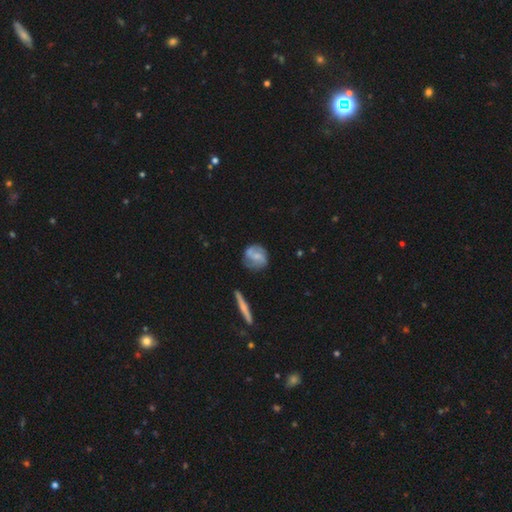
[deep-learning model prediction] smooth-or-featured: featured or disk: 58% | smooth: 35% | star or artifact: 7%
  disk-edge-on: no: 95% | yes: 5%
    bar: no: 48% | weak: 40% | strong: 12%
    has-spiral-arms: yes: 86% | no: 14%
    bulge-size: small: 46% | moderate: 26% | none: 24% | large: 3% | dominant: 1%
  merging: none: 70% | minor disturbance: 20% | major disturbance: 7% | merger: 3%